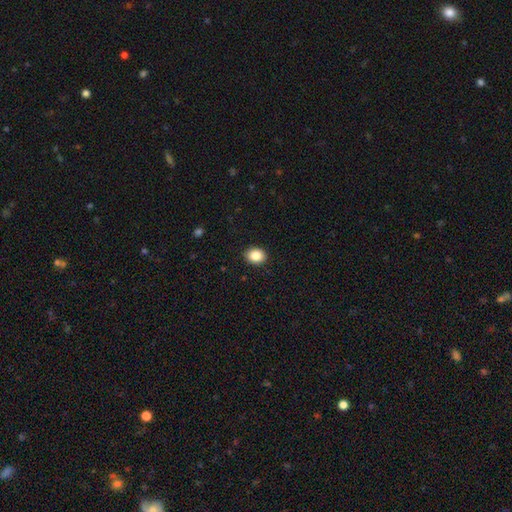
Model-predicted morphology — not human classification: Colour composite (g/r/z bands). It shows a smooth galaxy with no disk features (87%) that is in between round and cigar-shaped (50%). Merging: none (91%).